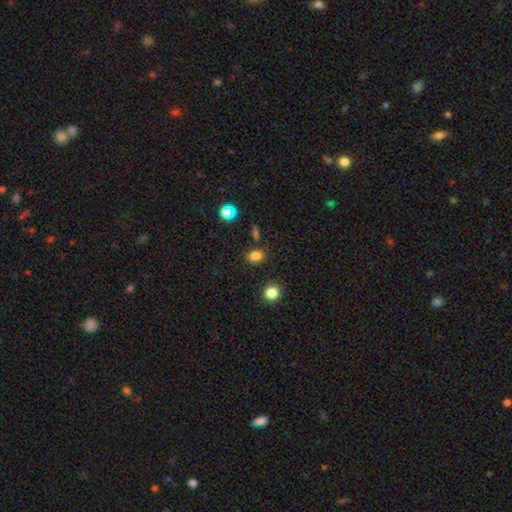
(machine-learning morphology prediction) A smooth galaxy with no disk features (80%) that is in between round and cigar-shaped (50%). Merging: none (83%).